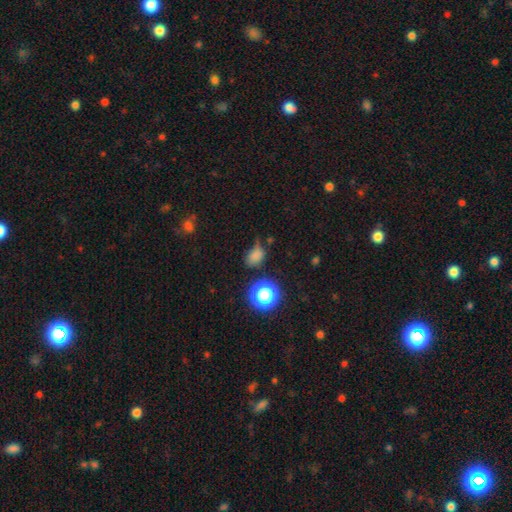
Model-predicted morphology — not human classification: Smooth or featured? Predicted: smooth (p=0.75). How rounded? Predicted: in between (p=0.65). Merging? Predicted: none (p=0.51).